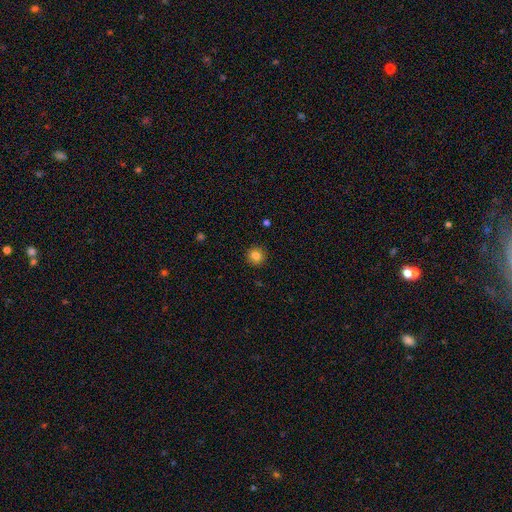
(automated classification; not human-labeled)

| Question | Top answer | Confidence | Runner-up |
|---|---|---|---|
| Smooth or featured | smooth | 84% | star or artifact (10%) |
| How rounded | round | 91% | in between (8%) |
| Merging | none | 91% | minor disturbance (6%) |